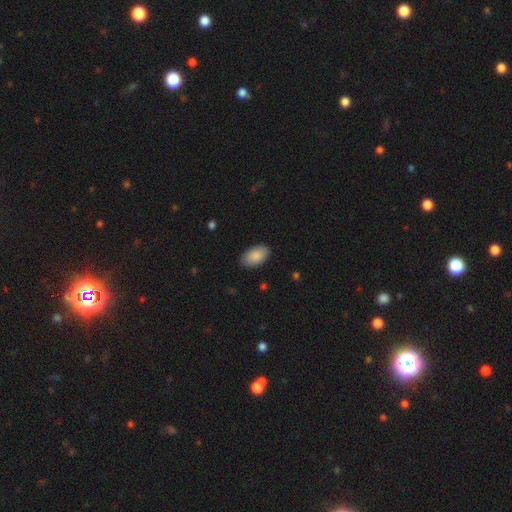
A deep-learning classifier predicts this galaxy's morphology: smooth_or_featured: smooth (p=0.89) [alt: star or artifact p=0.06]
how_rounded: in between (p=0.95) [alt: round p=0.03]
merging: none (p=0.88) [alt: minor disturbance p=0.09]